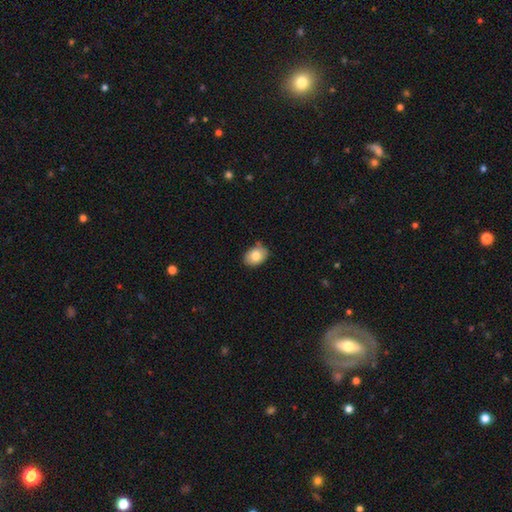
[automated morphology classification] This is likely a smooth galaxy (80%). How rounded: likely in between (75%). Merging: likely none (77%).